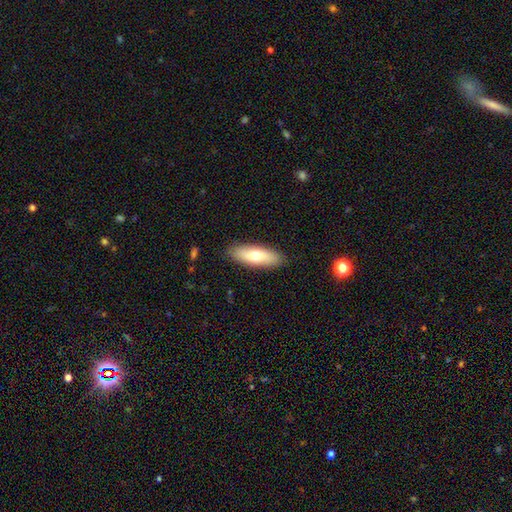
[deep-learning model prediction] smooth-or-featured: smooth: 67% | featured or disk: 28% | star or artifact: 6%
  how-rounded: in between: 58% | cigar-shaped: 39% | round: 2%
  merging: none: 88% | minor disturbance: 9% | major disturbance: 2% | merger: 1%